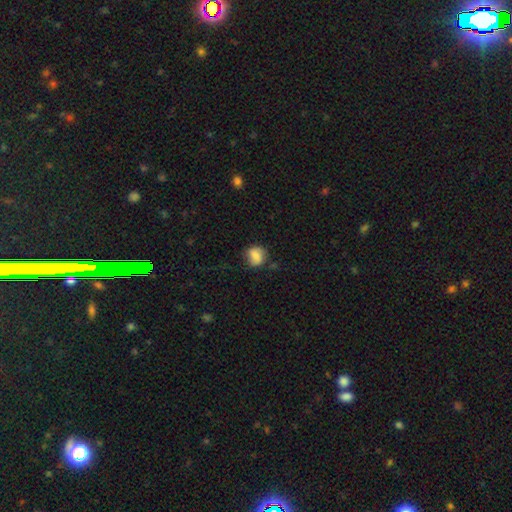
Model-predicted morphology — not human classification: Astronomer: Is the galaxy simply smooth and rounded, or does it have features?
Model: smooth — 78%.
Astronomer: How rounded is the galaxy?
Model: round — 71%.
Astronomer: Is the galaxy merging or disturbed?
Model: none — 69%.